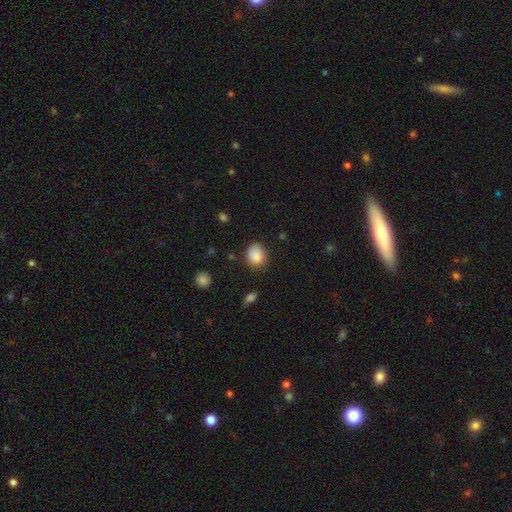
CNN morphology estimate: Smooth or featured? smooth (87%)
How rounded? round (52%)
Merging? none (73%)